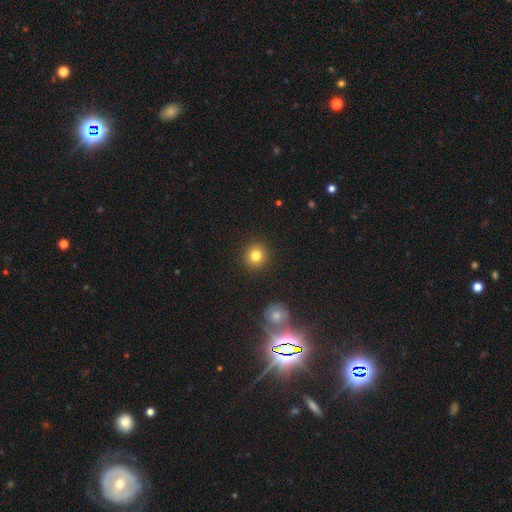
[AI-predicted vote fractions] smooth_or_featured: smooth (p=0.82) [alt: star or artifact p=0.11]
how_rounded: round (p=0.92) [alt: in between p=0.07]
merging: none (p=0.91) [alt: minor disturbance p=0.05]